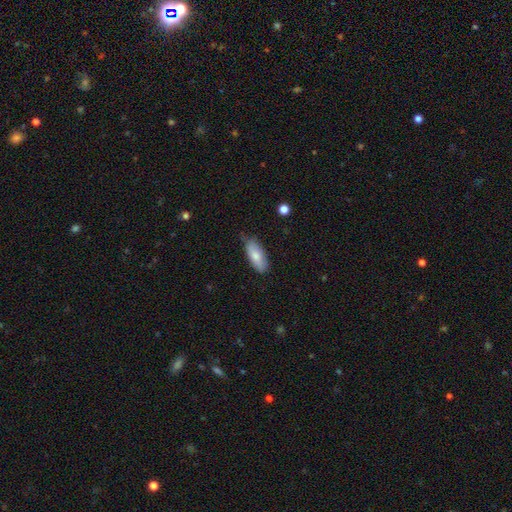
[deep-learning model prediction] Q: Smooth or featured?
A: smooth (76%); runner-up: featured or disk (18%)
Q: How rounded?
A: in between (78%); runner-up: cigar-shaped (20%)
Q: Merging?
A: none (68%); runner-up: minor disturbance (26%)